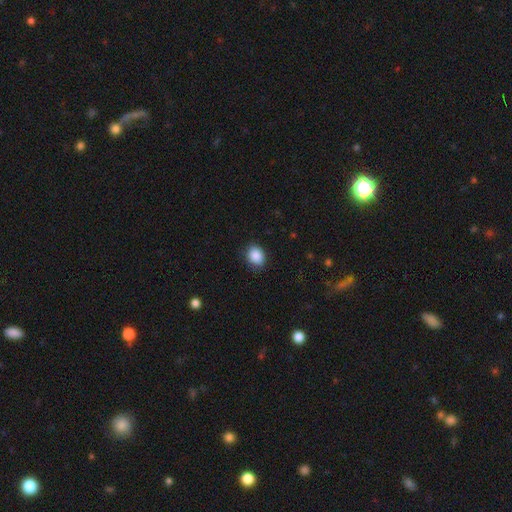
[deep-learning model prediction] This is clearly a smooth galaxy (89%). How rounded: possibly in between (51%). Merging: clearly none (83%).